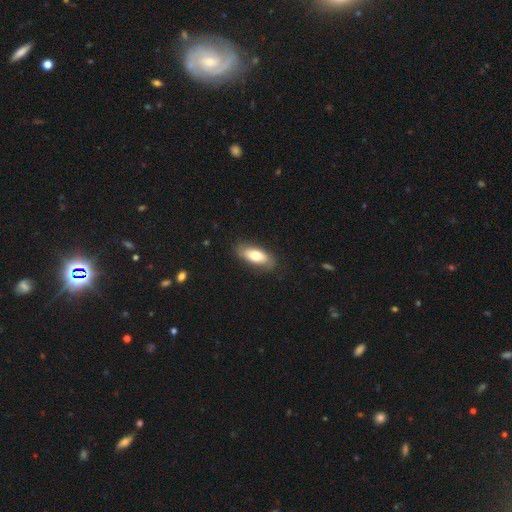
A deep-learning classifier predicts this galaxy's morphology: Overall: smooth (69%). How rounded: in between (84%). Merging: none (80%).